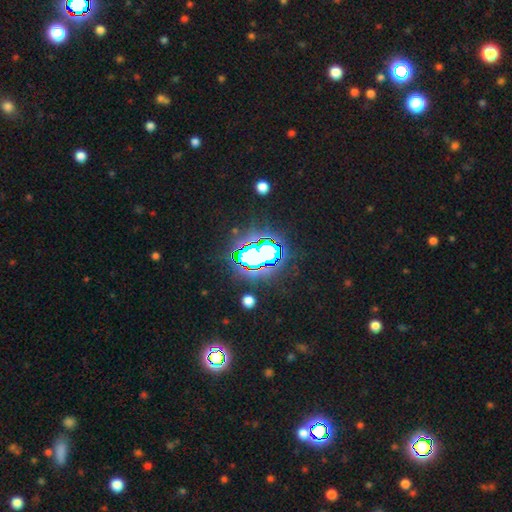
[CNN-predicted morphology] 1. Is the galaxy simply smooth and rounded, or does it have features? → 67% star or artifact, 19% smooth, 14% featured or disk.